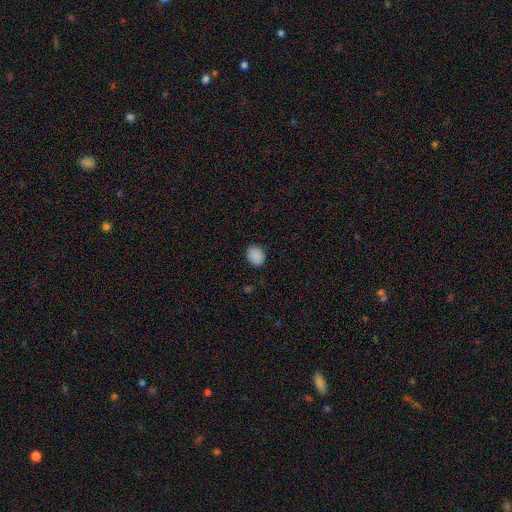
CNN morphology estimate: The model was most divided on "how rounded": round: 55%, in between: 44%, cigar-shaped: 1%. More confident: smooth or featured — smooth (88%); merging — none (86%).